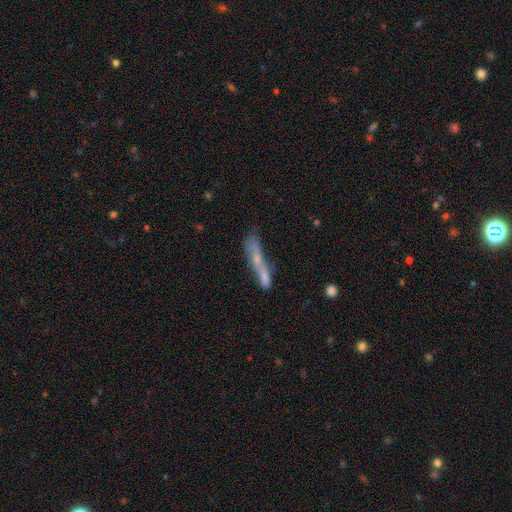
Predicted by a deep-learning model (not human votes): Smooth or featured: smooth — 56% (featured or disk — 35%)
How rounded: cigar-shaped — 77% (in between — 20%)
Merging: merger — 37% (none — 31%)